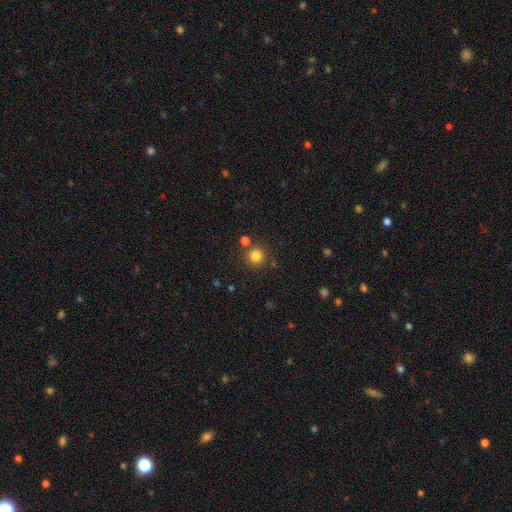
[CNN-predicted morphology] type=smooth (82%); roundness=round (93%); merging=none (81%).